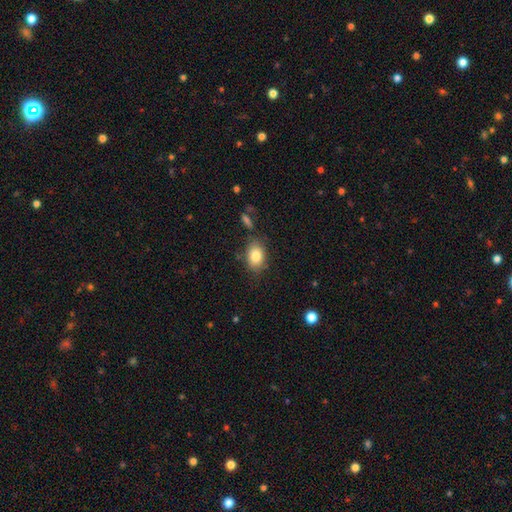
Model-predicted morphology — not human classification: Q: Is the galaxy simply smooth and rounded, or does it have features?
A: smooth — 83%.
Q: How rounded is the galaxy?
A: in between — 78%.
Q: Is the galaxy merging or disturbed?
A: none — 76%.